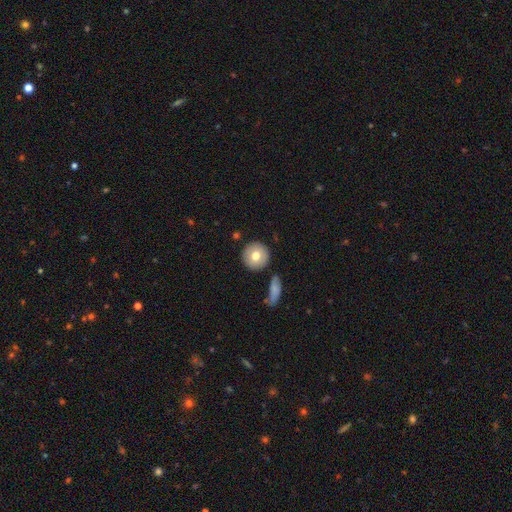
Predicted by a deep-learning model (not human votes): Overall: smooth (75%). How rounded: round (94%). Merging: none (87%).